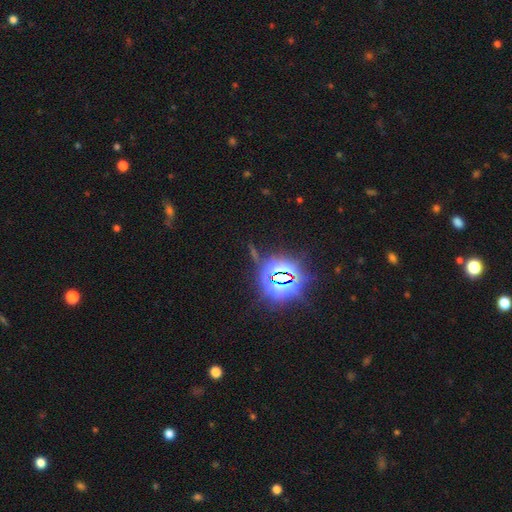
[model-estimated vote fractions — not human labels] Smooth or featured? Predicted: star or artifact (p=0.81).